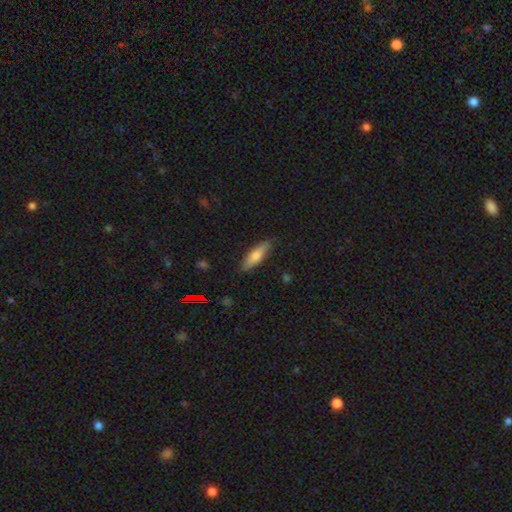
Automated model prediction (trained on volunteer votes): smooth 72%, featured or disk 21%, star or artifact 6%. Down the decision tree: how rounded — cigar-shaped (51%); merging — none (84%).